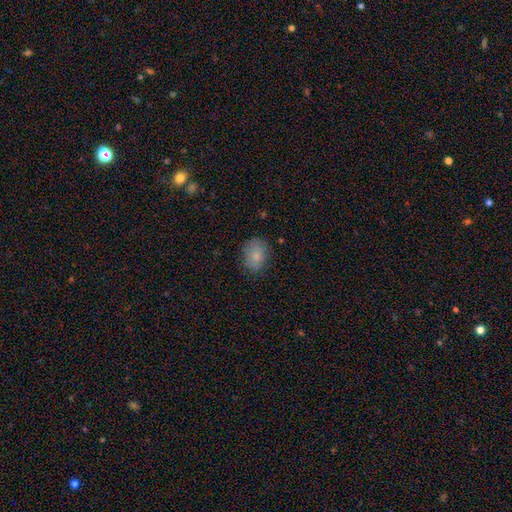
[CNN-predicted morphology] smooth_or_featured: smooth (p=0.79) [alt: featured or disk p=0.12]
how_rounded: in between (p=0.60) [alt: round p=0.39]
merging: none (p=0.77) [alt: minor disturbance p=0.17]